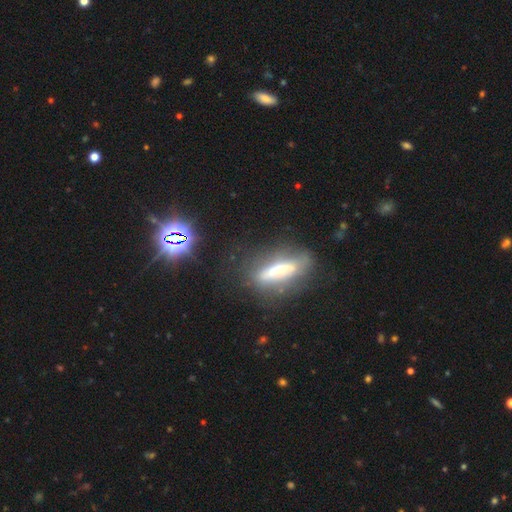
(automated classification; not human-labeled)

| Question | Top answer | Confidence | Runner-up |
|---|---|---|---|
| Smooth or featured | featured or disk | 53% | smooth (30%) |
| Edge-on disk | yes | 63% | no (37%) |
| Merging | none | 71% | minor disturbance (17%) |